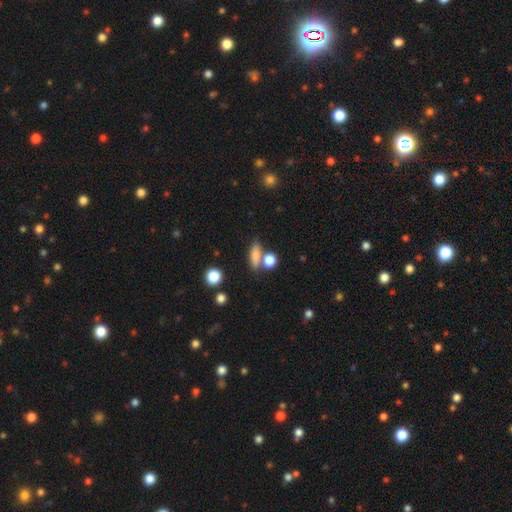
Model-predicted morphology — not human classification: Overall: smooth (77%). How rounded: in between (49%; cigar-shaped 34%). Merging: none (60%; merger 23%).